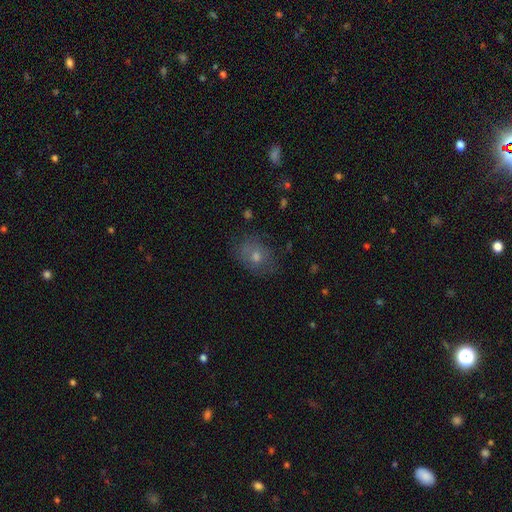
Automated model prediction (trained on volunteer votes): Overall: smooth (54%; featured or disk 27%). How rounded: in between (50%; round 49%). Merging: none (73%).